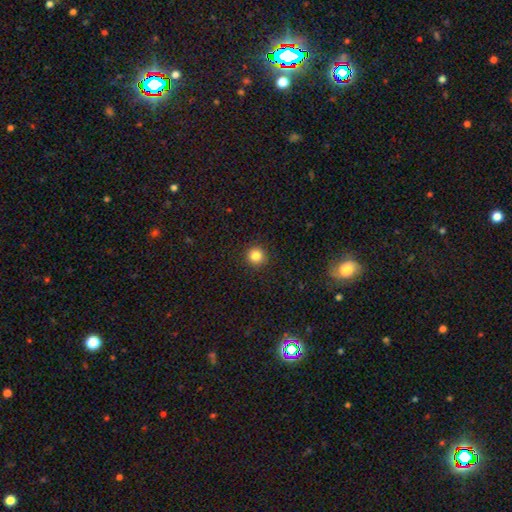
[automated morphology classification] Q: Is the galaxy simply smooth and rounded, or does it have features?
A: smooth — 84%.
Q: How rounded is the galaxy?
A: round — 95%.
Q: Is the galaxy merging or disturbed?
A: none — 92%.